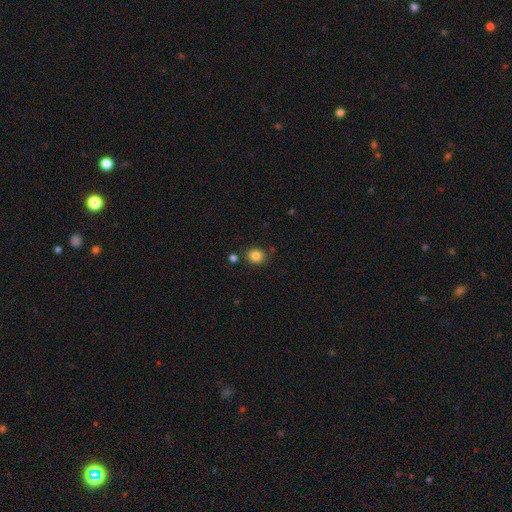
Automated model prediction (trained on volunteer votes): Morphology: type=smooth (83%); roundness=round (81%); merging=none (83%).